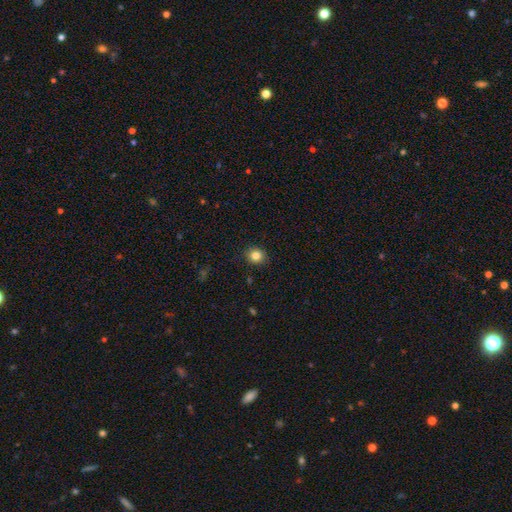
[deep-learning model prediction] Smooth or featured? Predicted: smooth (p=0.83). How rounded? Predicted: round (p=0.83). Merging? Predicted: none (p=0.90).